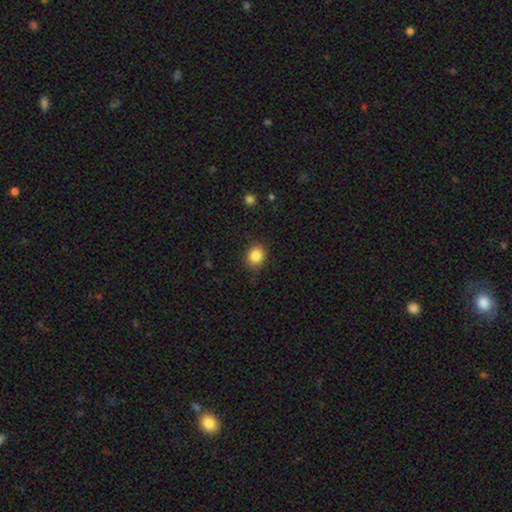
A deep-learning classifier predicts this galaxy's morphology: Smooth or featured?
  - smooth: 85% *
  - star or artifact: 10%
  - featured or disk: 5%
How rounded?
  - round: 71% *
  - in between: 28%
  - cigar-shaped: 1%
Merging?
  - none: 84% *
  - minor disturbance: 12%
  - major disturbance: 3%
  - merger: 1%